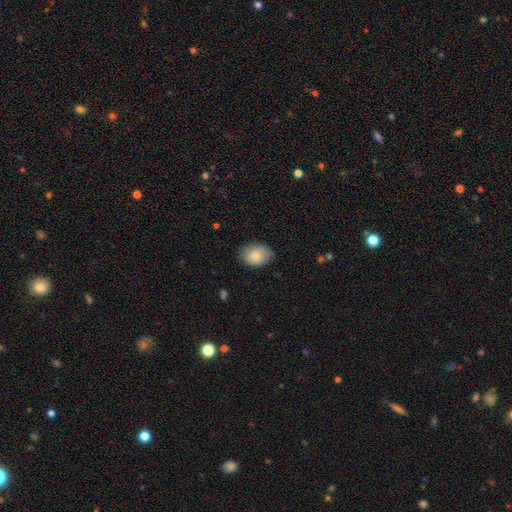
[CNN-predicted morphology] Smooth or featured: smooth — 78% (featured or disk — 15%)
How rounded: in between — 68% (round — 31%)
Merging: none — 75% (minor disturbance — 20%)